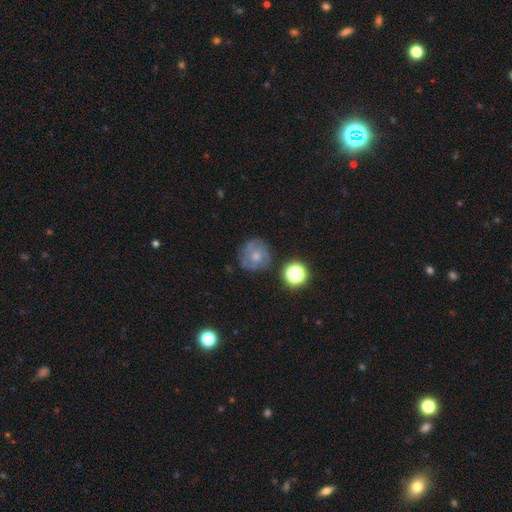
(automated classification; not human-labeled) featured or disk 46%, smooth 43%, star or artifact 12%. Down the decision tree: merging — none (70%).